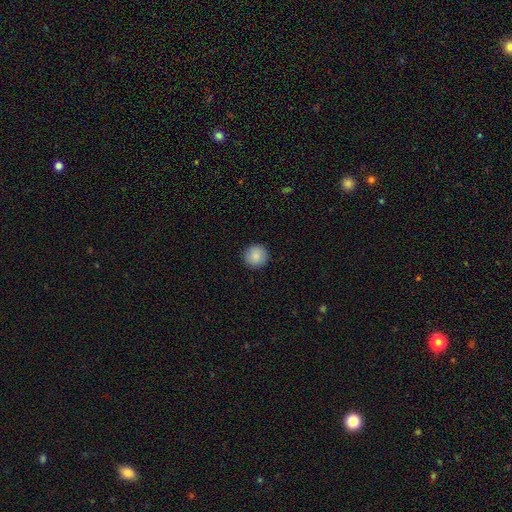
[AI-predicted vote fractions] A smooth galaxy with no disk features (88%) that is round (95%).

Vote fractions:
- Smooth or featured? smooth: 88% / star or artifact: 7% / featured or disk: 4%
- How rounded? round: 95% / in between: 4% / cigar-shaped: 1%
- Merging? none: 92% / minor disturbance: 5% / major disturbance: 2% / merger: 1%